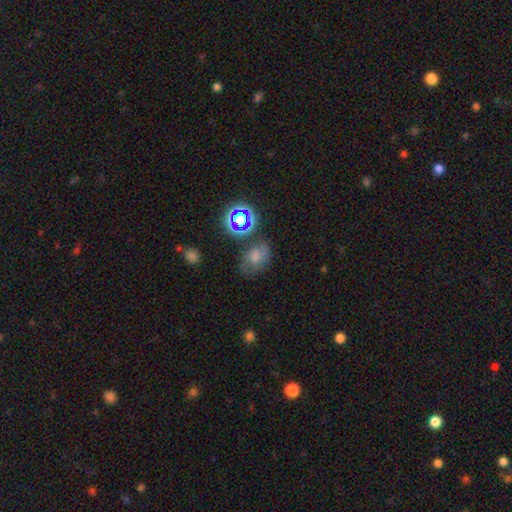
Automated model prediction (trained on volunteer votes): This appears to be a smooth galaxy with no disk features (51%) that is in between round and cigar-shaped (66%). Merging: none (57%).